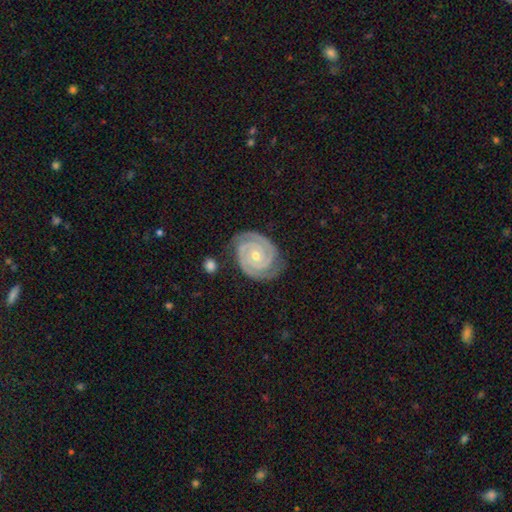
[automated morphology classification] Q: Smooth or featured?
A: featured or disk (91%); runner-up: star or artifact (5%)
Q: Edge-on disk?
A: no (98%); runner-up: yes (2%)
Q: Bar?
A: no (72%); runner-up: weak (19%)
Q: Spiral arms?
A: yes (99%); runner-up: no (1%)
Q: Spiral winding?
A: tight (84%); runner-up: medium (15%)
Q: Spiral arm count?
A: 2 (86%); runner-up: 3 (6%)
Q: Bulge size?
A: small (55%); runner-up: moderate (43%)
Q: Merging?
A: none (83%); runner-up: minor disturbance (12%)